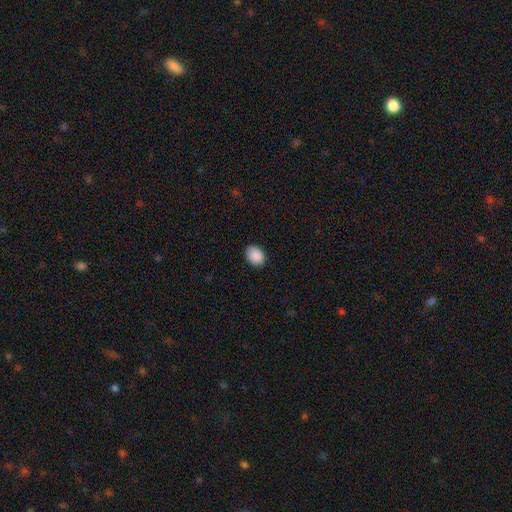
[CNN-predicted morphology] Smooth or featured? smooth (90%)
How rounded? in between (70%)
Merging? none (88%)